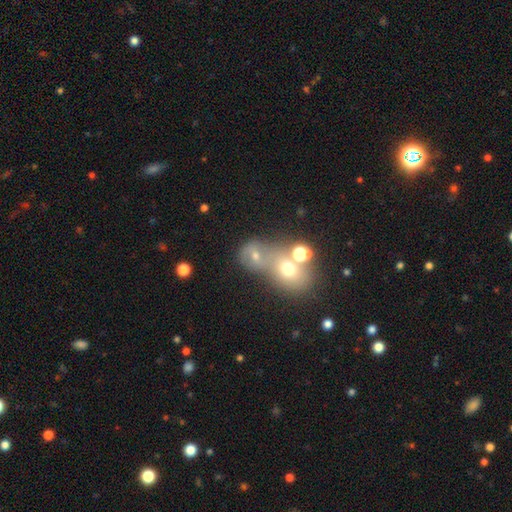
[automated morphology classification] smooth-or-featured: smooth: 53% | star or artifact: 24% | featured or disk: 23%
  how-rounded: round: 58% | in between: 40% | cigar-shaped: 2%
  merging: merger: 56% | none: 27% | minor disturbance: 9% | major disturbance: 8%